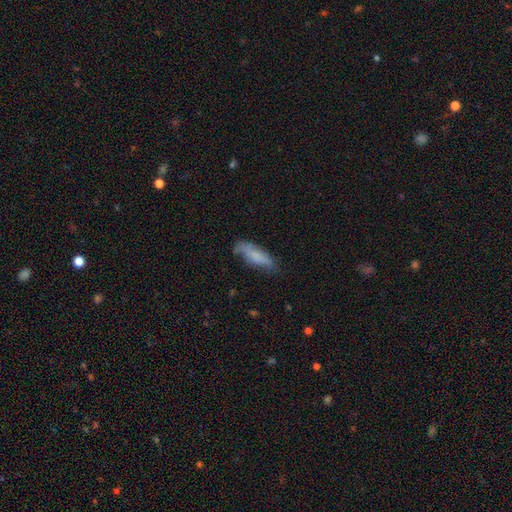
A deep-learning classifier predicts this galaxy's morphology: Overall: smooth (75%). How rounded: cigar-shaped (52%; in between 46%). Merging: none (64%; minor disturbance 26%).